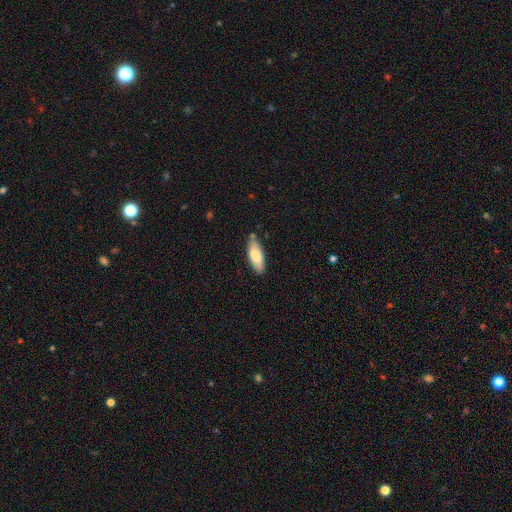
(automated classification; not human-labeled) Overall: smooth (79%). How rounded: in between (71%). Merging: none (79%).